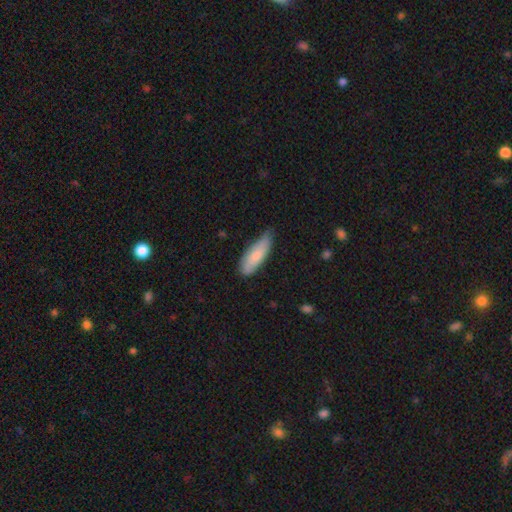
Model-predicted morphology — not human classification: Q: Smooth or featured?
A: smooth (80%); runner-up: featured or disk (15%)
Q: How rounded?
A: in between (58%); runner-up: cigar-shaped (41%)
Q: Merging?
A: none (61%); runner-up: minor disturbance (33%)